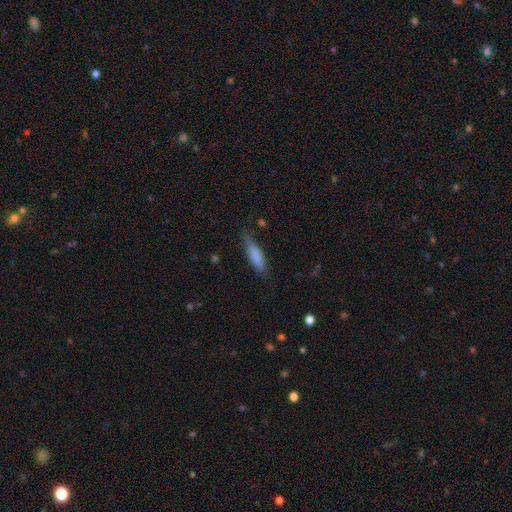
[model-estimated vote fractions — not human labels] Smooth or featured: smooth — 81% (featured or disk — 12%)
How rounded: cigar-shaped — 64% (in between — 34%)
Merging: none — 72% (minor disturbance — 21%)